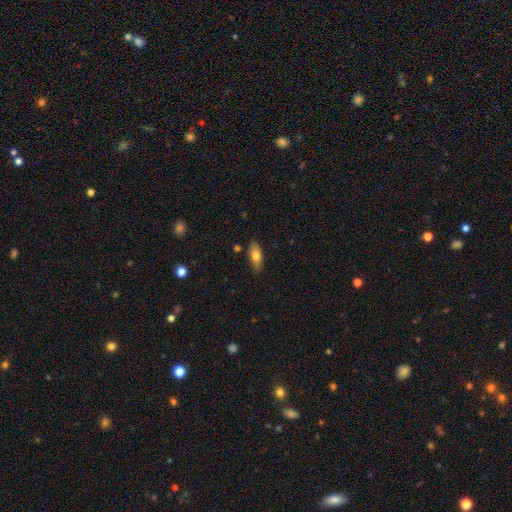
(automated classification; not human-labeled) Smooth or featured? smooth (72%)
How rounded? in between (72%)
Merging? none (82%)